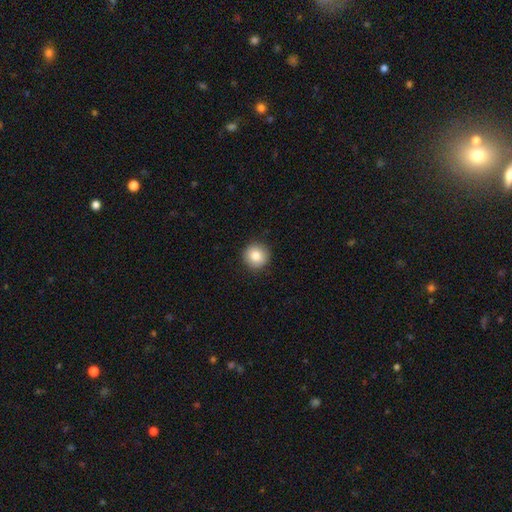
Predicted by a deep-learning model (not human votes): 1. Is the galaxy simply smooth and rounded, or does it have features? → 83% smooth, 9% star or artifact, 8% featured or disk.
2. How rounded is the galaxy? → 95% round, 4% in between, 1% cigar-shaped.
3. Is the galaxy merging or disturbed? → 91% none, 6% minor disturbance, 2% major disturbance, 1% merger.